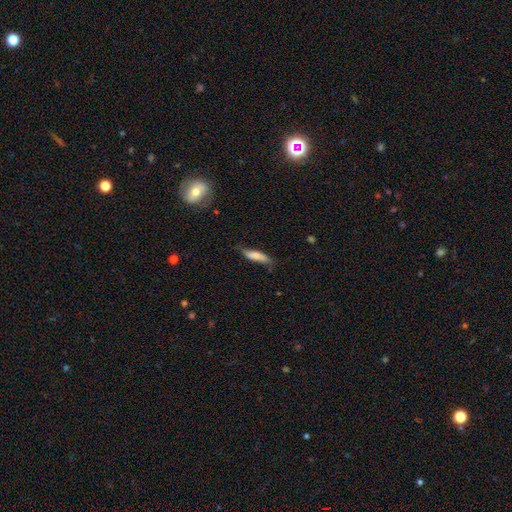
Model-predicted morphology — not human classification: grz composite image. It shows a smooth galaxy with no disk features (72%) that is cigar-shaped (67%). Merging: none (62%).